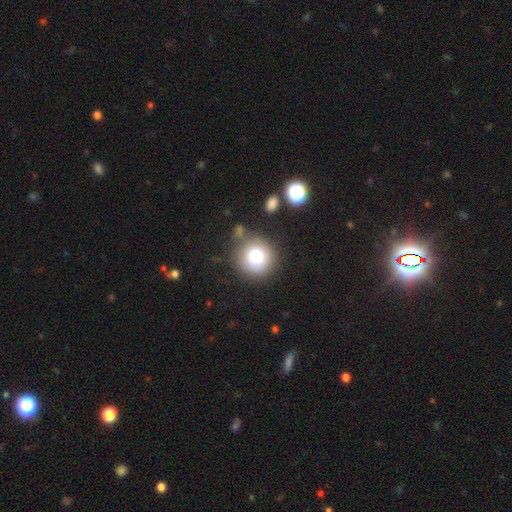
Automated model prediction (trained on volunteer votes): smooth_or_featured: smooth (p=0.76) [alt: featured or disk p=0.13]
how_rounded: round (p=0.93) [alt: in between p=0.06]
merging: none (p=0.81) [alt: minor disturbance p=0.10]